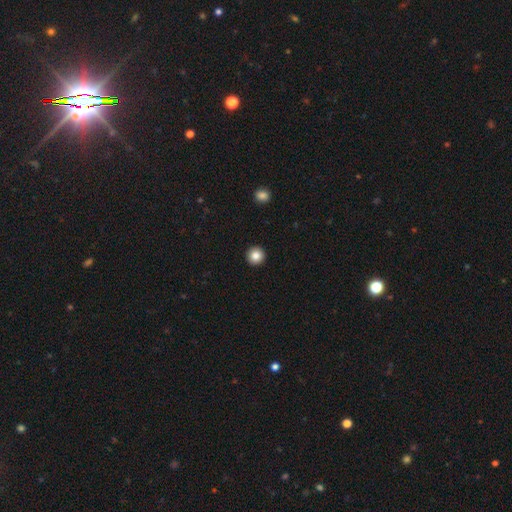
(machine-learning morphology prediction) Smooth or featured? smooth (86%)
How rounded? round (96%)
Merging? none (94%)